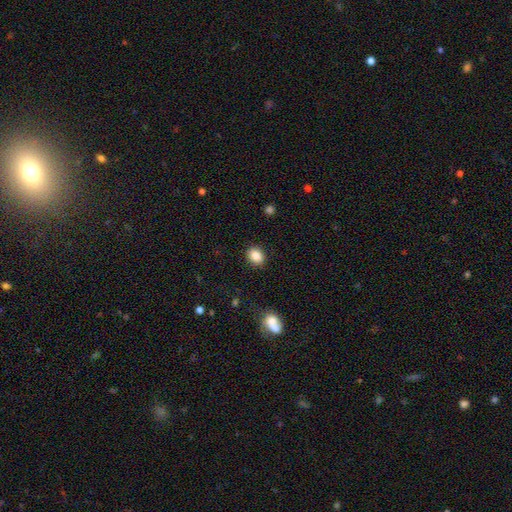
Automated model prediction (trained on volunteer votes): A smooth galaxy with no disk features (86%) that is in between round and cigar-shaped (52%). Merging: none (89%).